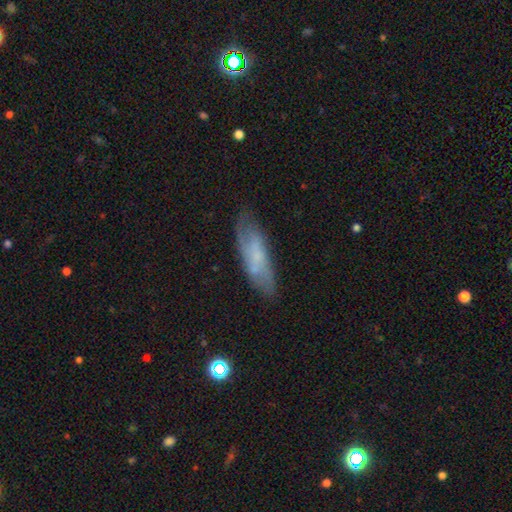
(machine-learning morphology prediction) A featured or disk galaxy (46%, tied with smooth).

Vote fractions:
- Smooth or featured? featured or disk: 46% (tied) / smooth: 46% (tied) / star or artifact: 8%
- Merging? none: 70% / minor disturbance: 21% / major disturbance: 6% / merger: 2%